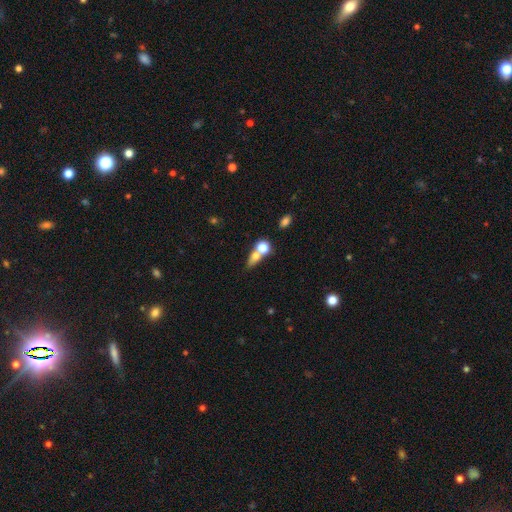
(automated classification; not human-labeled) Smooth or featured? Predicted: smooth (p=0.69). How rounded? Predicted: round (p=0.48). Merging? Predicted: merger (p=0.55).